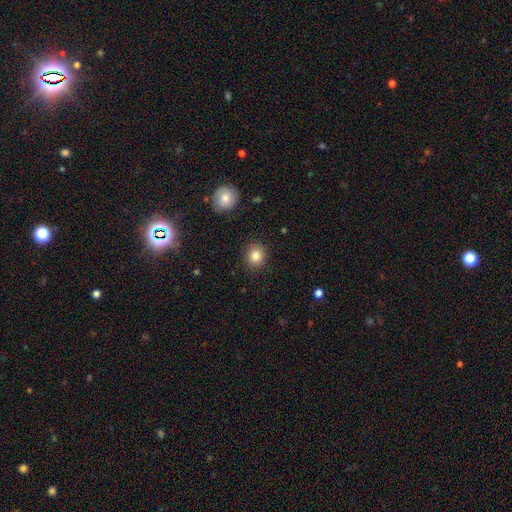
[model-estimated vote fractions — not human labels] This is clearly a smooth galaxy (84%). How rounded: clearly round (81%). Merging: clearly none (89%).